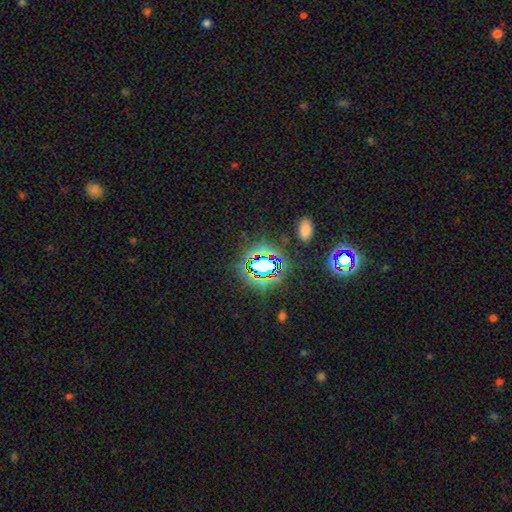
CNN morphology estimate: Overall: star or artifact (73%).